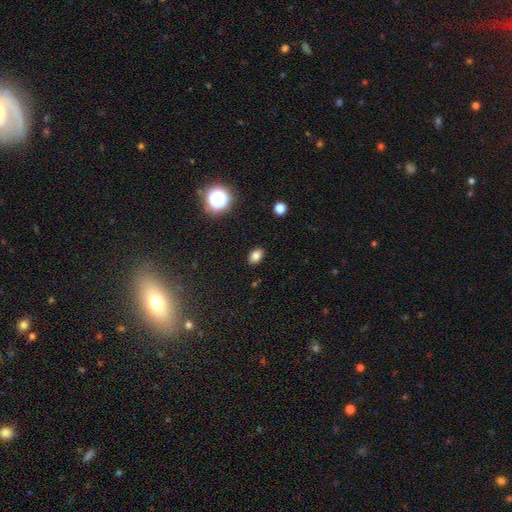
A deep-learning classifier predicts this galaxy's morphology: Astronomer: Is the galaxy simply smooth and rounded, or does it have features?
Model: smooth — 80%.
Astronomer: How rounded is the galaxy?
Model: in between — 81%.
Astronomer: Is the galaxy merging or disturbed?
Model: none — 88%.